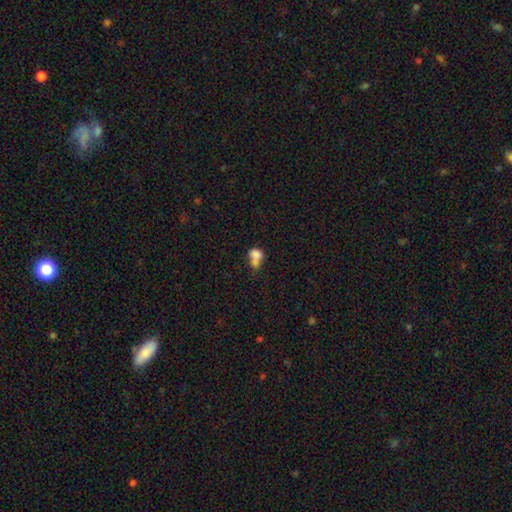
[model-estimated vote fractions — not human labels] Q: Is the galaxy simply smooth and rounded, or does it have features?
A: smooth — 74%.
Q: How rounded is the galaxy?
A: in between — 54%.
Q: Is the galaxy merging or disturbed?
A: merger — 61%.